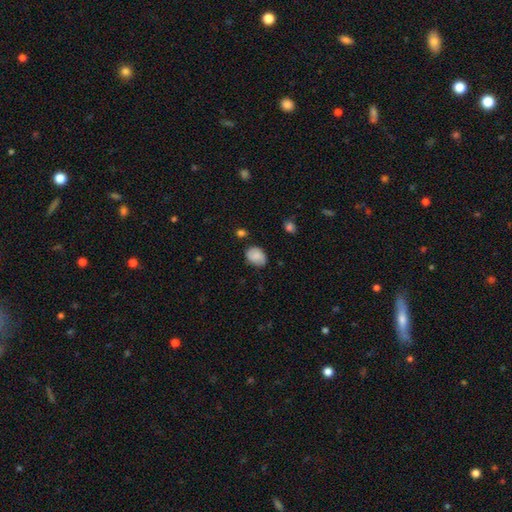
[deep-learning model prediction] Q: Smooth or featured?
A: smooth (80%); runner-up: featured or disk (12%)
Q: How rounded?
A: in between (72%); runner-up: round (27%)
Q: Merging?
A: none (74%); runner-up: minor disturbance (20%)